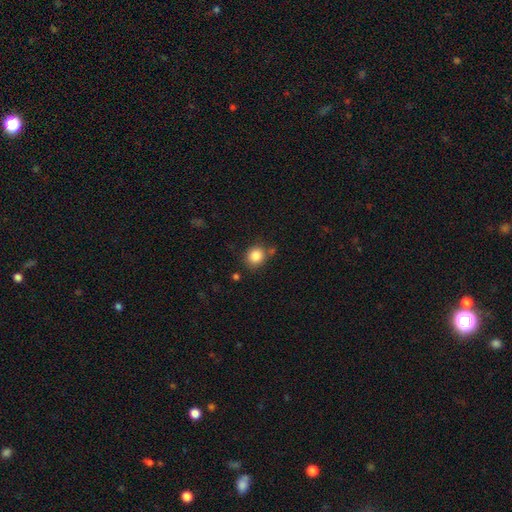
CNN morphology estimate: type=smooth (86%); roundness=round (80%); merging=none (76%).